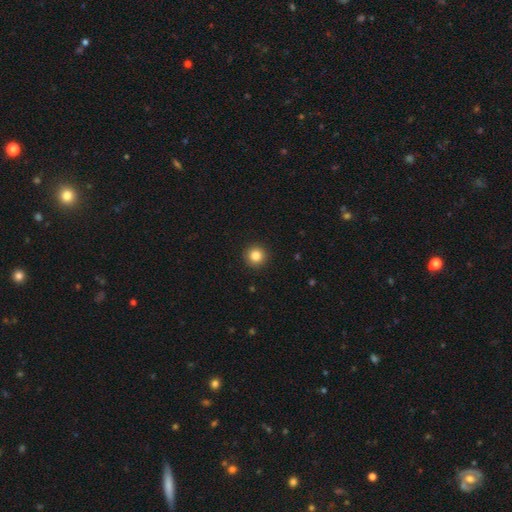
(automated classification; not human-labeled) This appears to be a smooth galaxy with no disk features (84%) that is round (95%). Merging: none (93%).